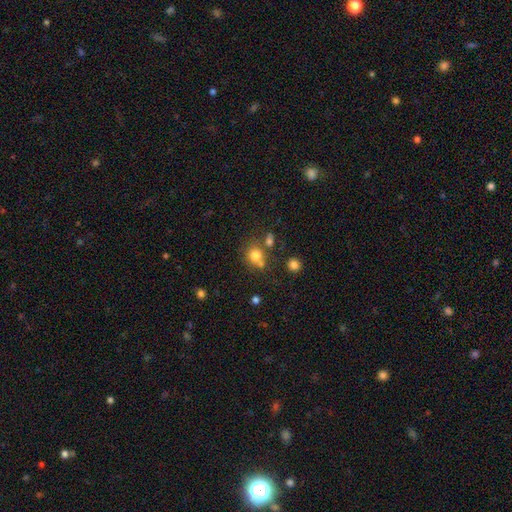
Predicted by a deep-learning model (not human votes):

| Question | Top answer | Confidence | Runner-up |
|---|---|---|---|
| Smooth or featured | smooth | 77% | star or artifact (14%) |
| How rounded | round | 80% | in between (19%) |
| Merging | none | 55% | merger (28%) |